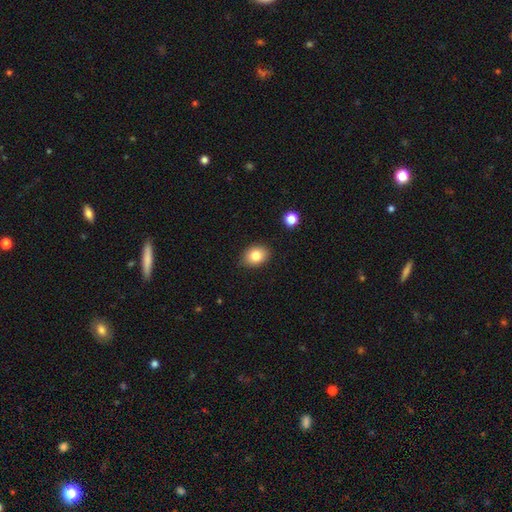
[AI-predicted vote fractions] Morphology: type=smooth (81%); roundness=in between (60%); merging=none (82%).